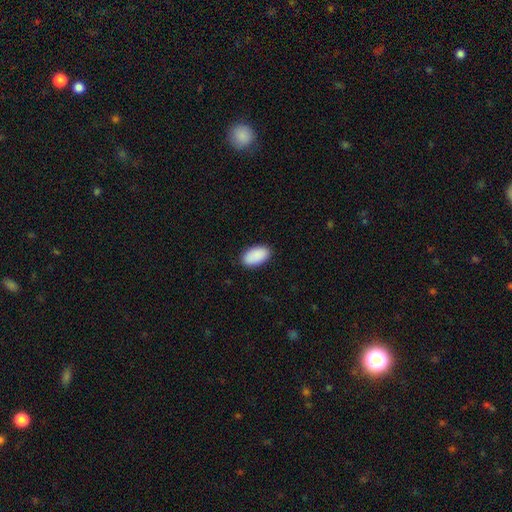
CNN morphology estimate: smooth 91%, star or artifact 6%, featured or disk 3%. Down the decision tree: how rounded — in between (96%); merging — none (88%).